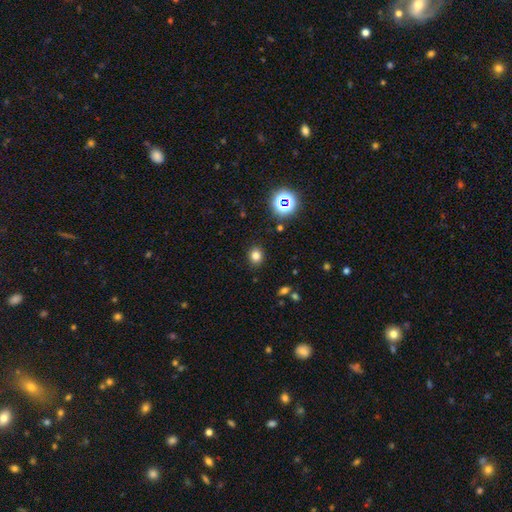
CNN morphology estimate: Smooth or featured: smooth — 77% (star or artifact — 17%)
How rounded: round — 67% (in between — 32%)
Merging: none — 88% (minor disturbance — 8%)